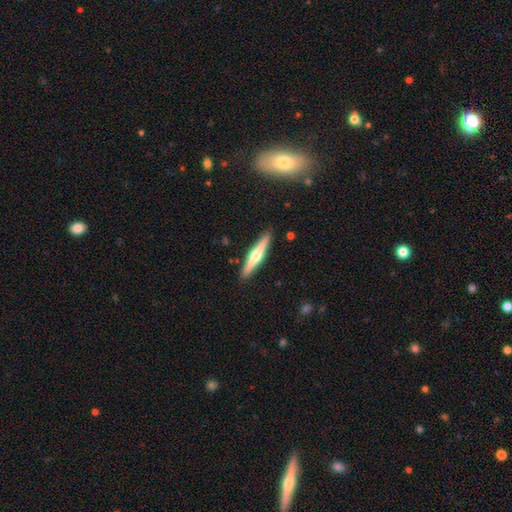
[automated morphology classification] smooth-or-featured: featured or disk: 59% | smooth: 36% | star or artifact: 5%
  disk-edge-on: yes: 97% | no: 3%
    edge-on-bulge: rounded: 90% | none: 6% | boxy: 4%
  merging: none: 90% | minor disturbance: 7% | major disturbance: 1% | merger: 1%